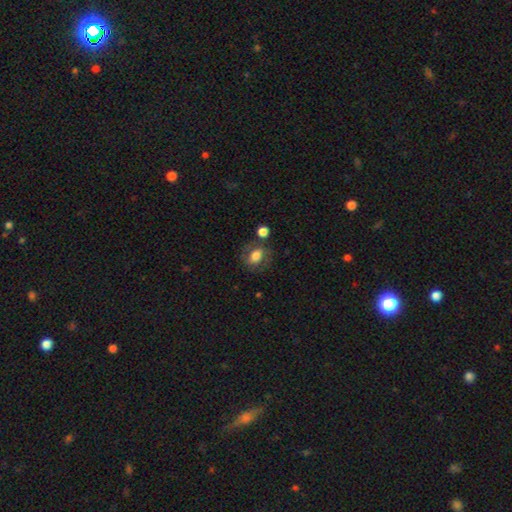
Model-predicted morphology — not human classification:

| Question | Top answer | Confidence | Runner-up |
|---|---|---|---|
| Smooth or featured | smooth | 64% | featured or disk (26%) |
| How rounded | in between | 63% | round (36%) |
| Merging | none | 60% | minor disturbance (18%) |